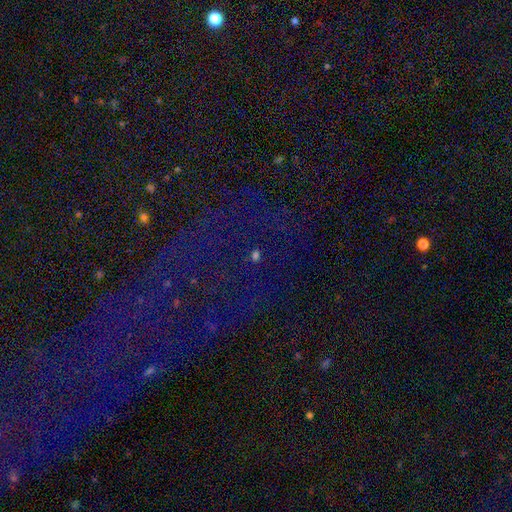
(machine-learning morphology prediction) smooth-or-featured: star or artifact: 70% | smooth: 19% | featured or disk: 11%